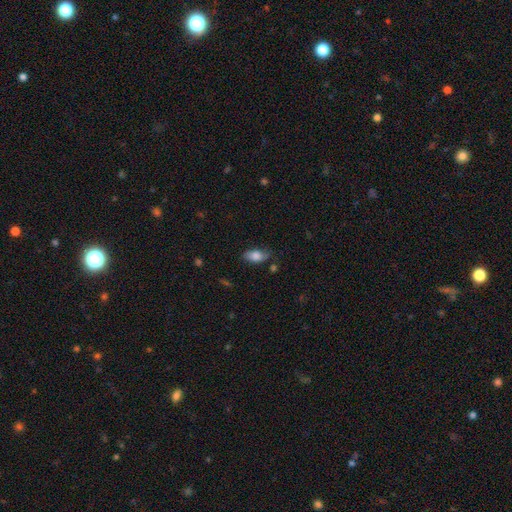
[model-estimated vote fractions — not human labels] Smooth or featured?
  - smooth: 81% *
  - featured or disk: 12%
  - star or artifact: 8%
How rounded?
  - in between: 89% *
  - cigar-shaped: 6%
  - round: 4%
Merging?
  - none: 72% *
  - minor disturbance: 21%
  - major disturbance: 5%
  - merger: 2%